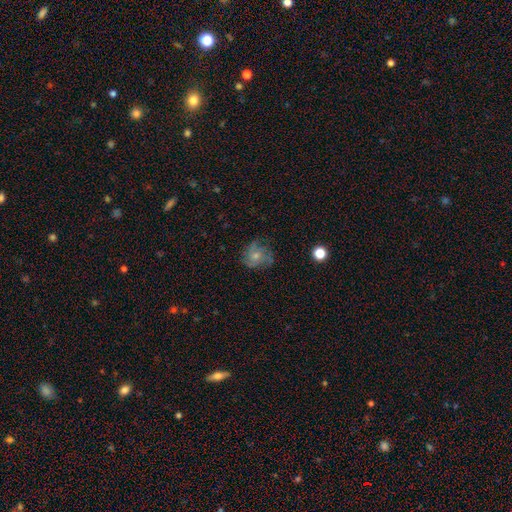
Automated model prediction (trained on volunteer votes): This appears to be a featured or disk galaxy (52%) with no bar (82%), spiral arms (82%) and a small central bulge (54%). Merging: none (66%).